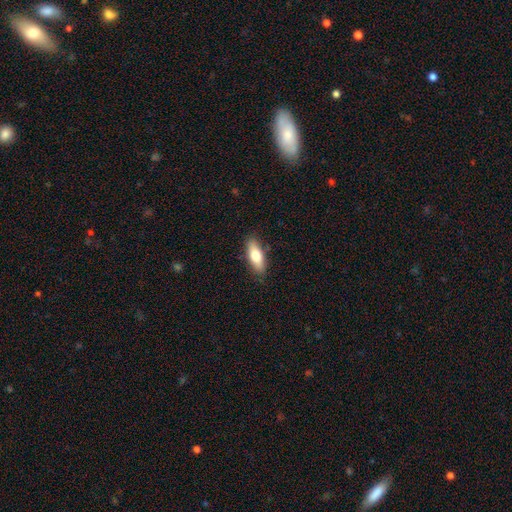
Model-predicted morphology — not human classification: smooth 73%, featured or disk 21%, star or artifact 6%. Down the decision tree: how rounded — in between (65%); merging — none (86%).